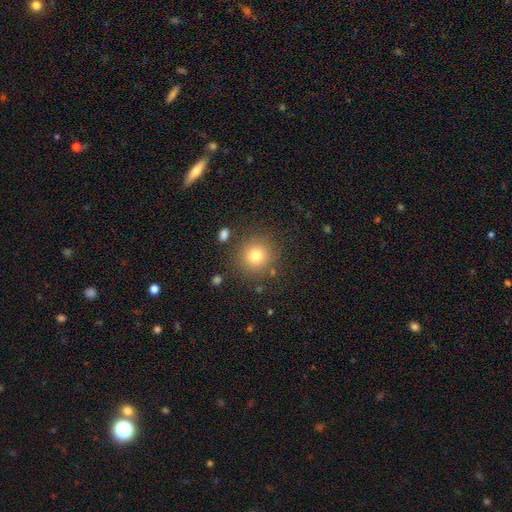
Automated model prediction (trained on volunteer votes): This is likely a smooth galaxy (78%). How rounded: clearly round (93%). Merging: clearly none (85%).